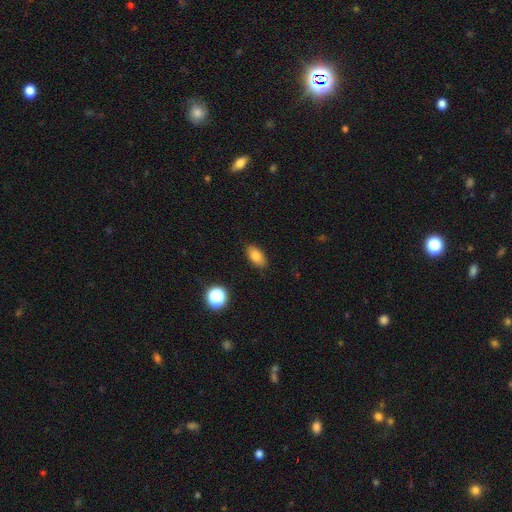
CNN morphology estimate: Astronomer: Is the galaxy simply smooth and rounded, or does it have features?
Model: smooth — 81%.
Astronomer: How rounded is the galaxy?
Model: in between — 89%.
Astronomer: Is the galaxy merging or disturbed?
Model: none — 87%.